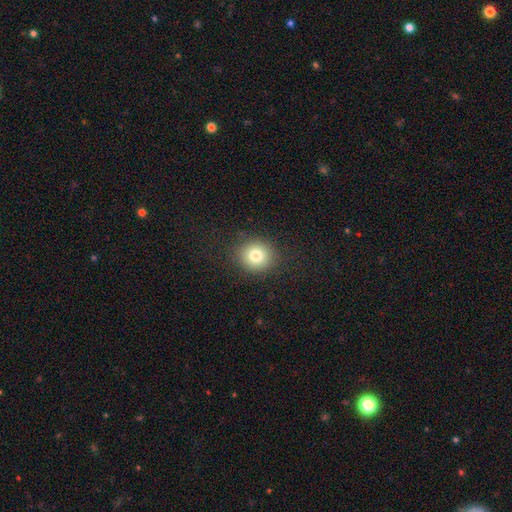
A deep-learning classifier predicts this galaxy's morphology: Smooth or featured? smooth (80%)
How rounded? round (86%)
Merging? none (88%)